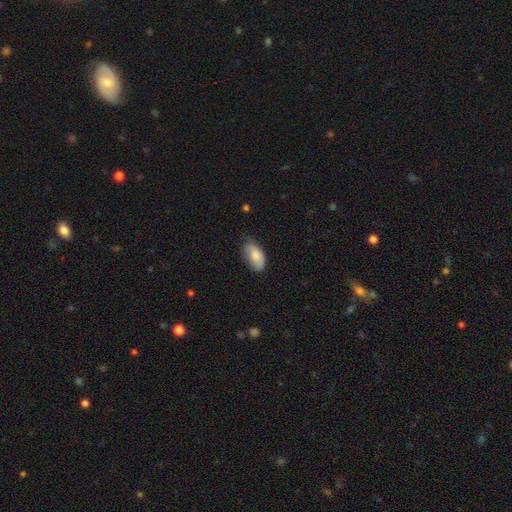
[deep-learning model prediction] Smooth or featured? Predicted: smooth (p=0.81). How rounded? Predicted: in between (p=0.94). Merging? Predicted: none (p=0.56).